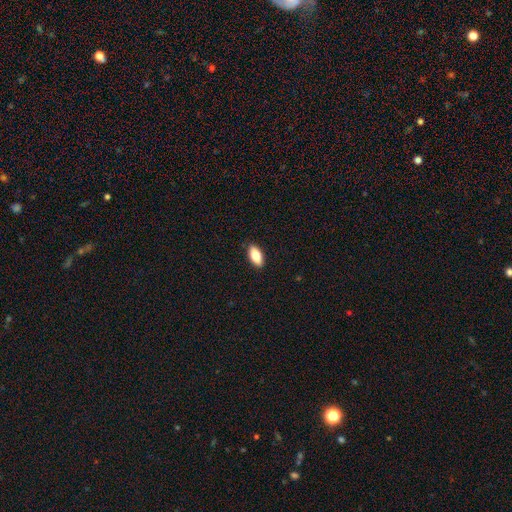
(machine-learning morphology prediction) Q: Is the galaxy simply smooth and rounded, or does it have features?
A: smooth — 82%.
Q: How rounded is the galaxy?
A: in between — 87%.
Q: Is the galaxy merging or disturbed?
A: none — 89%.